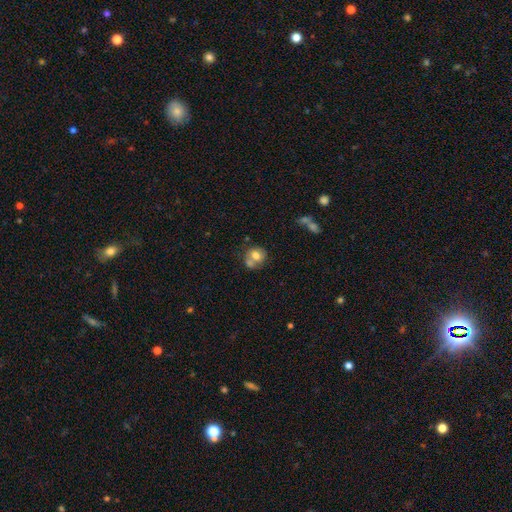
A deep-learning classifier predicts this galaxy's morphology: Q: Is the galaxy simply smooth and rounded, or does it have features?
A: smooth — 71%.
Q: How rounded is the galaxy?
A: round — 72%.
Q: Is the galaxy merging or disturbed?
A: none — 43%.